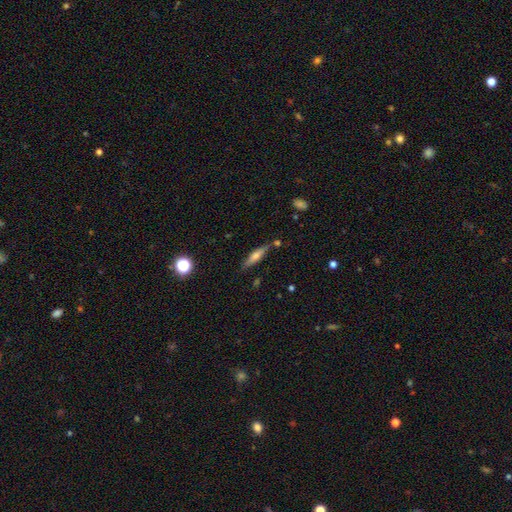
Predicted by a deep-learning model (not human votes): Smooth or featured: featured or disk — 48% (smooth — 43%)
Merging: none — 77% (minor disturbance — 14%)